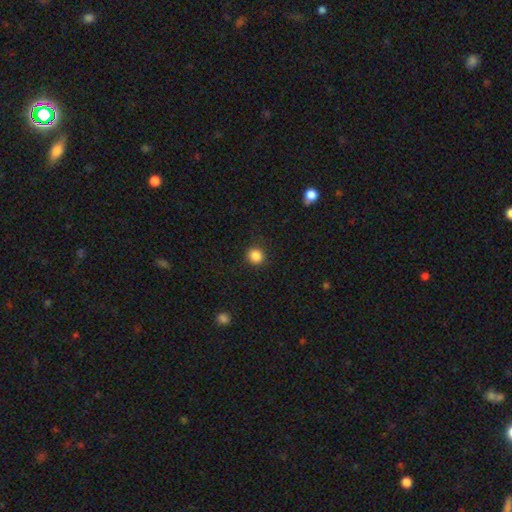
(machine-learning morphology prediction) smooth 86%, star or artifact 11%, featured or disk 3%. Down the decision tree: how rounded — round (90%); merging — none (90%).